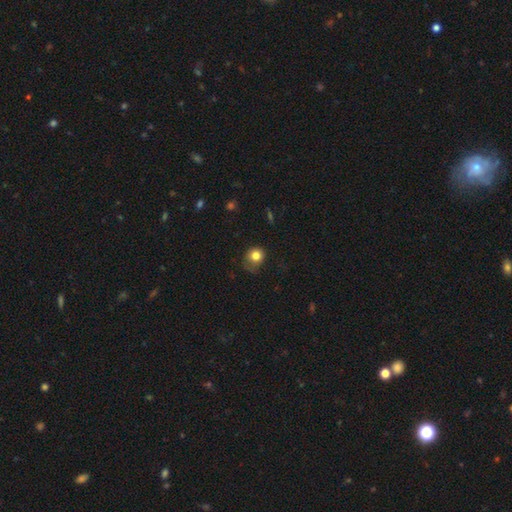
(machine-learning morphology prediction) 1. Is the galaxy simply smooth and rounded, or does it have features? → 80% smooth, 11% star or artifact, 9% featured or disk.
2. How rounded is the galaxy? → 80% round, 19% in between, 1% cigar-shaped.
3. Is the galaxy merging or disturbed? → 49% none, 33% minor disturbance, 16% major disturbance, 2% merger.